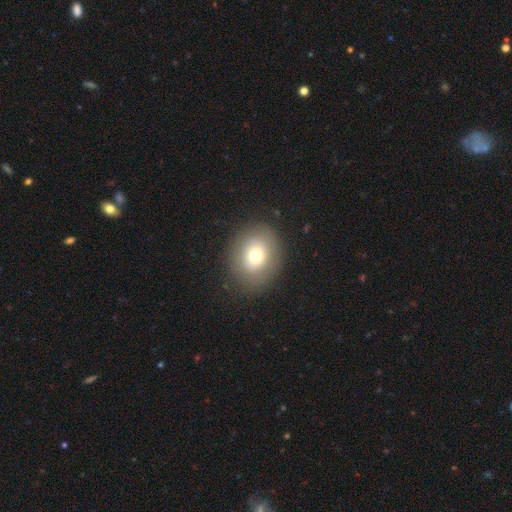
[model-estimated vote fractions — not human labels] Overall: smooth (71%). How rounded: round (65%; in between 34%). Merging: none (84%).